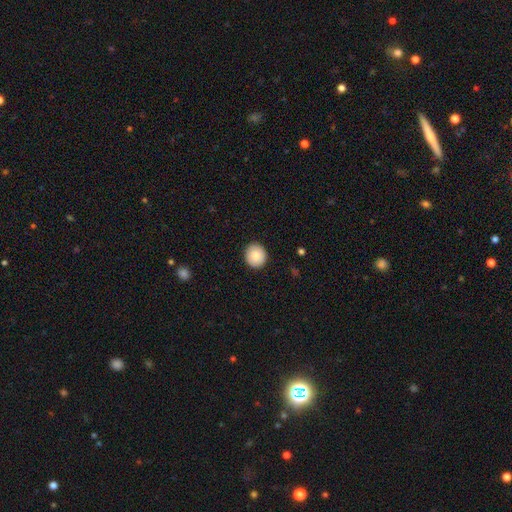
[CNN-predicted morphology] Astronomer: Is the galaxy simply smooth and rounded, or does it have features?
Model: smooth — 85%.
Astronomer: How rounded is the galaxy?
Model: round — 90%.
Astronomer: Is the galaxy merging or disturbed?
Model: none — 91%.